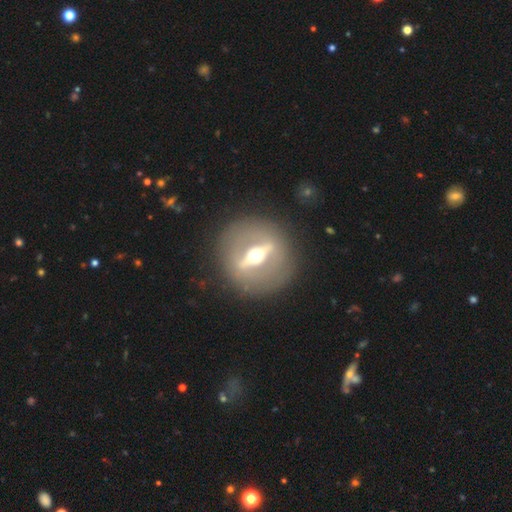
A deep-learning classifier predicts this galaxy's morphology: This appears to be a featured or disk galaxy (83%) viewed edge-on (54%). Merging: none (87%).